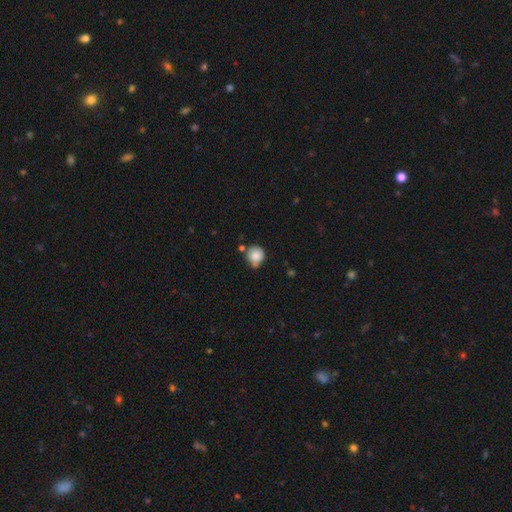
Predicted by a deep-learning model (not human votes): This appears to be a smooth galaxy with no disk features (85%) that is round (89%). Merging: none (61%).